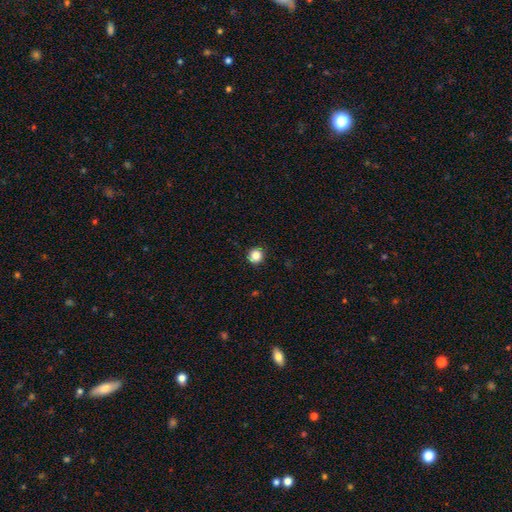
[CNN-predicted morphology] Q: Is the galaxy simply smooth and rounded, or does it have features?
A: smooth — 86%.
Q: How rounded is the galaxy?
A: round — 90%.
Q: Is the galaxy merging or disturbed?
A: none — 91%.